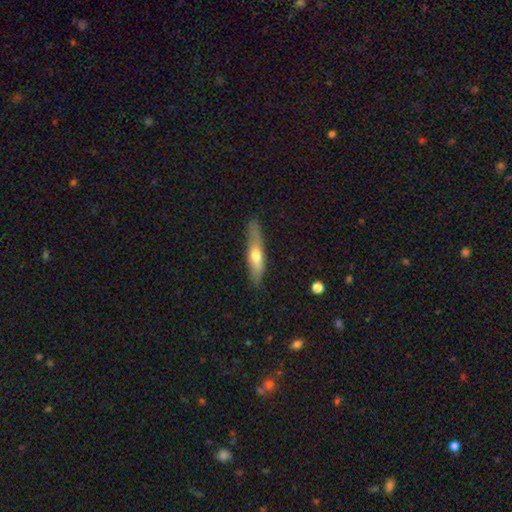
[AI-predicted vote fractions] smooth 55%, featured or disk 39%, star or artifact 6%. Down the decision tree: how rounded — cigar-shaped (76%); merging — none (78%).